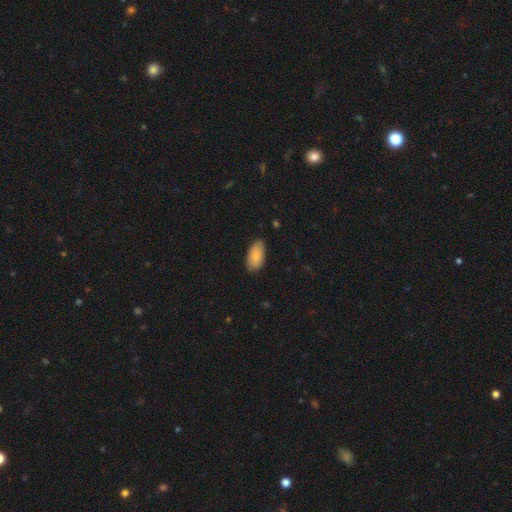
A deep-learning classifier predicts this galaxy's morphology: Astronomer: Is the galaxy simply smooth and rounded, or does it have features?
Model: smooth — 83%.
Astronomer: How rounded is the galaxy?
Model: in between — 93%.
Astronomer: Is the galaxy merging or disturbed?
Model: none — 80%.